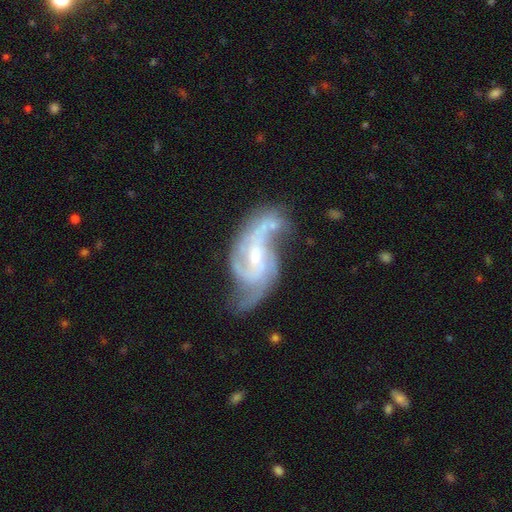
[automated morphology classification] A featured or disk galaxy (86%) with a weak bar (47%), 2 (38%) medium (46%) spiral arms (93%) and a small central bulge (48%).

Vote fractions:
- Smooth or featured? featured or disk: 86% / smooth: 8% / star or artifact: 6%
- Edge-on disk? no: 96% / yes: 4%
- Bar? weak: 47% / no: 39% / strong: 13%
- Spiral arms? yes: 93% / no: 7%
- Spiral winding? medium: 46% / loose: 33% / tight: 21%
- Spiral arm count? 2: 38% / 3: 29% / can't tell: 16% / 4: 8% / 1: 5% / more than 4: 4%
- Bulge size? small: 48% / moderate: 45% / none: 3% / large: 2% / dominant: 1%
- Merging? none: 39% / major disturbance: 25% / minor disturbance: 24% / merger: 12%